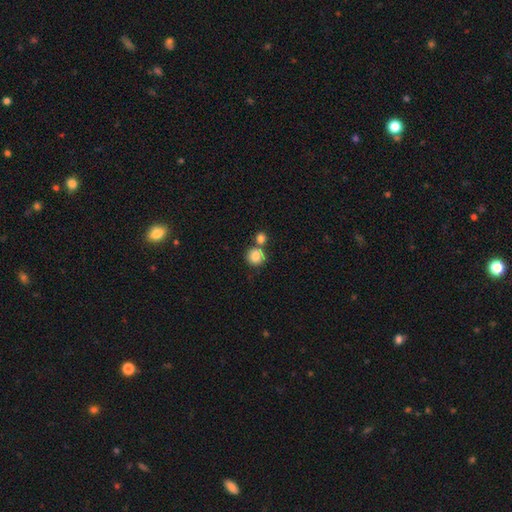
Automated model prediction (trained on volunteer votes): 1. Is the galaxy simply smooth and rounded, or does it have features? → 83% smooth, 9% star or artifact, 8% featured or disk.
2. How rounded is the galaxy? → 90% round, 9% in between, 1% cigar-shaped.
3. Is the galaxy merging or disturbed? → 58% none, 30% merger, 10% minor disturbance, 3% major disturbance.